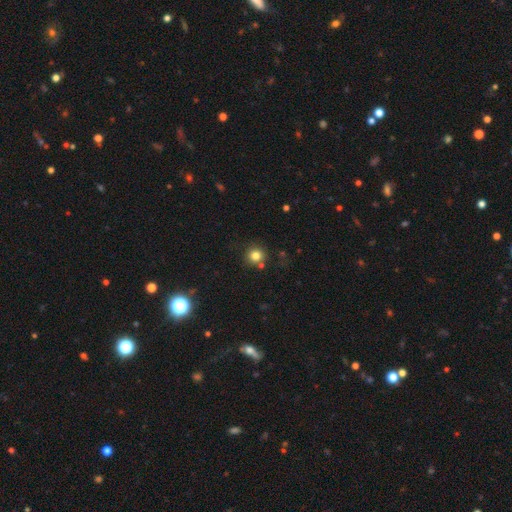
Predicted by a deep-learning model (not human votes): Smooth or featured: smooth — 80% (star or artifact — 13%)
How rounded: round — 92% (in between — 7%)
Merging: none — 79% (minor disturbance — 10%)